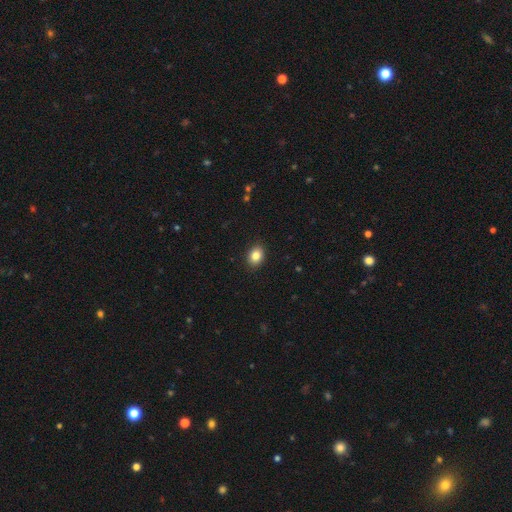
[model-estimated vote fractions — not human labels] Overall: smooth (85%). How rounded: in between (65%; round 34%). Merging: none (90%).